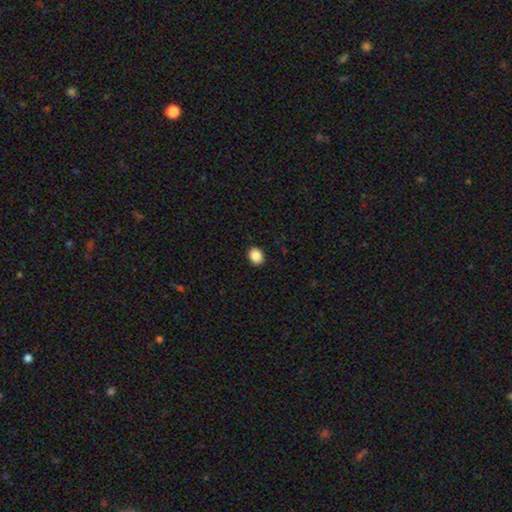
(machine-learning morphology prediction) Smooth or featured? smooth (88%)
How rounded? round (52%)
Merging? none (92%)